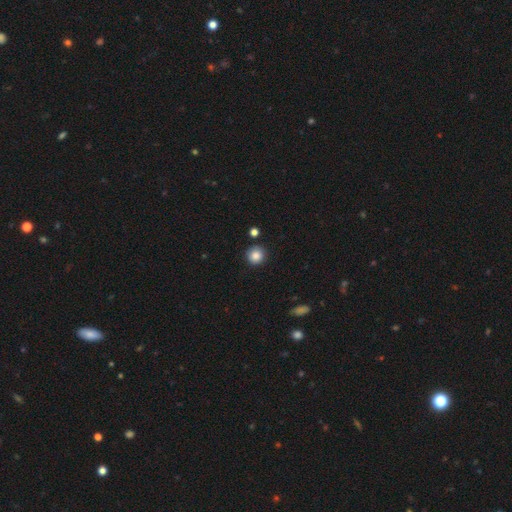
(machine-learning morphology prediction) smooth_or_featured: smooth (p=0.85) [alt: star or artifact p=0.10]
how_rounded: round (p=0.94) [alt: in between p=0.05]
merging: none (p=0.89) [alt: minor disturbance p=0.07]